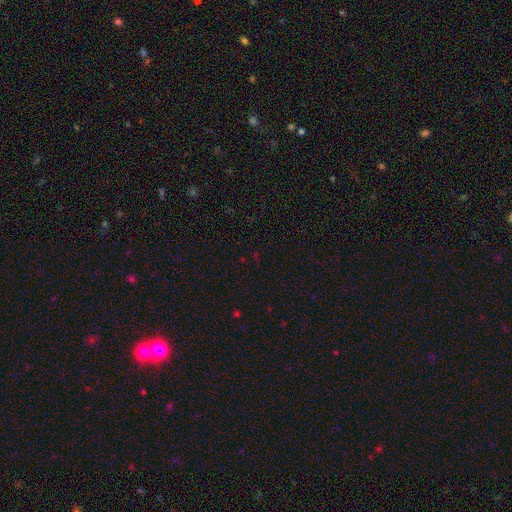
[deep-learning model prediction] The model was most divided on "smooth or featured": star or artifact: 70%, smooth: 22%, featured or disk: 8%.